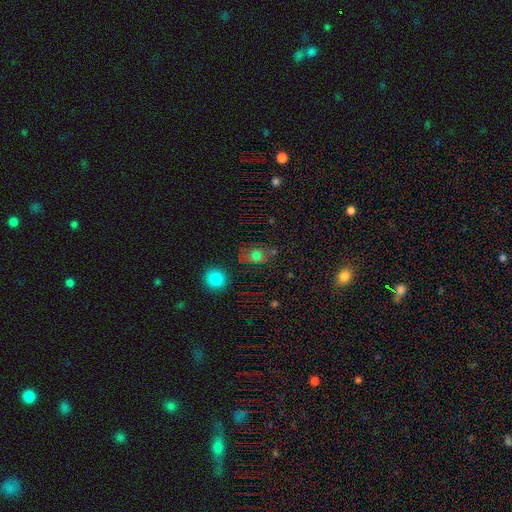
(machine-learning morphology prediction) A smooth galaxy with no disk features (75%) that is in between round and cigar-shaped (55%).

Vote fractions:
- Smooth or featured? smooth: 75% / star or artifact: 15% / featured or disk: 10%
- How rounded? in between: 55% / round: 43% / cigar-shaped: 2%
- Merging? none: 64% / minor disturbance: 21% / major disturbance: 9% / merger: 7%